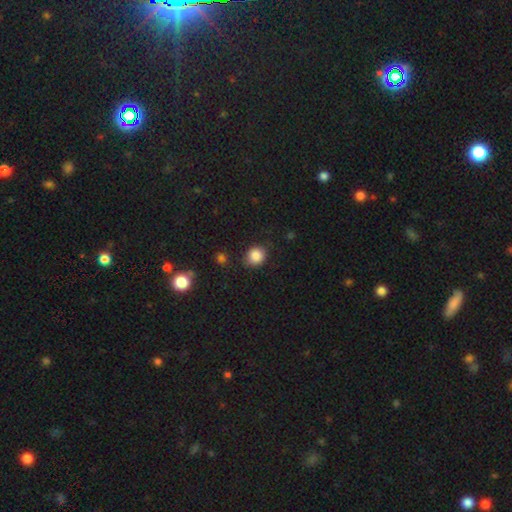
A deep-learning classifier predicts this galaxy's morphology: A smooth galaxy with no disk features (86%) that is round (77%).

Vote fractions:
- Smooth or featured? smooth: 86% / star or artifact: 10% / featured or disk: 4%
- How rounded? round: 77% / in between: 22% / cigar-shaped: 1%
- Merging? none: 81% / minor disturbance: 14% / major disturbance: 3% / merger: 2%